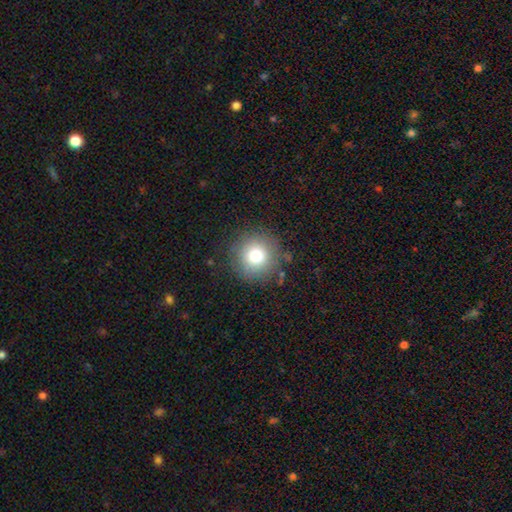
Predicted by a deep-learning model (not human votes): Overall: smooth (78%). How rounded: round (95%). Merging: none (85%).